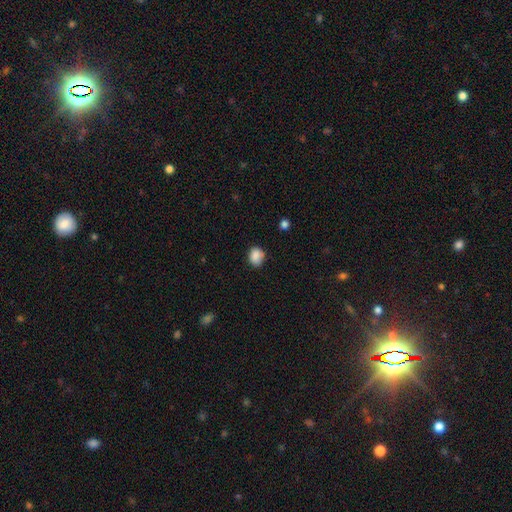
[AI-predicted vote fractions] Smooth or featured? smooth (86%)
How rounded? round (55%)
Merging? none (72%)